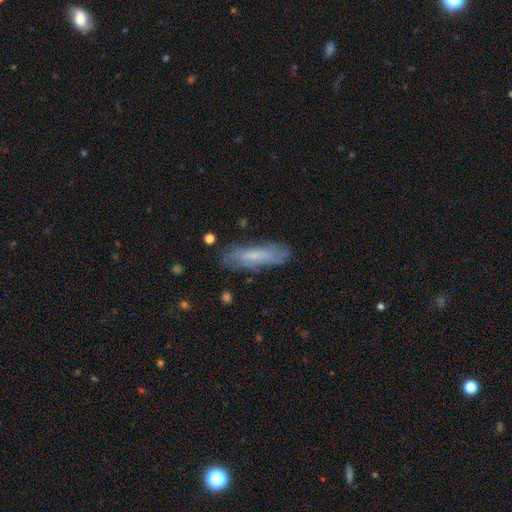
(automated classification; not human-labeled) This appears to be a smooth galaxy with no disk features (53%) that is cigar-shaped (62%). Merging: none (75%).